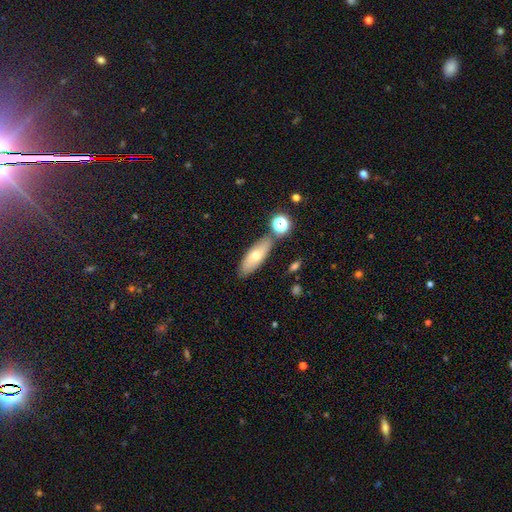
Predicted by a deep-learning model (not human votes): smooth 66%, featured or disk 26%, star or artifact 8%. Down the decision tree: how rounded — in between (63%); merging — none (77%).